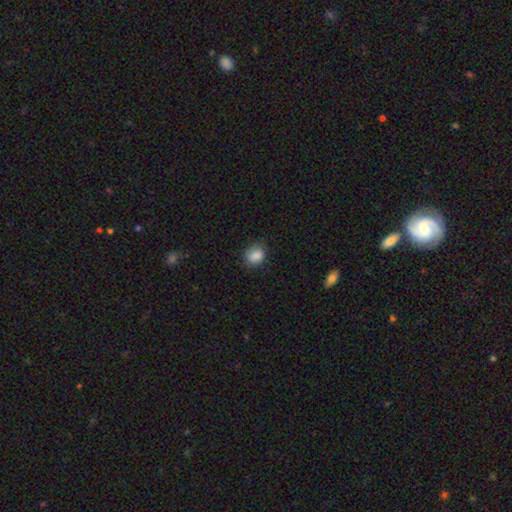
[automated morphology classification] Smooth or featured? smooth (87%)
How rounded? round (51%)
Merging? none (73%)